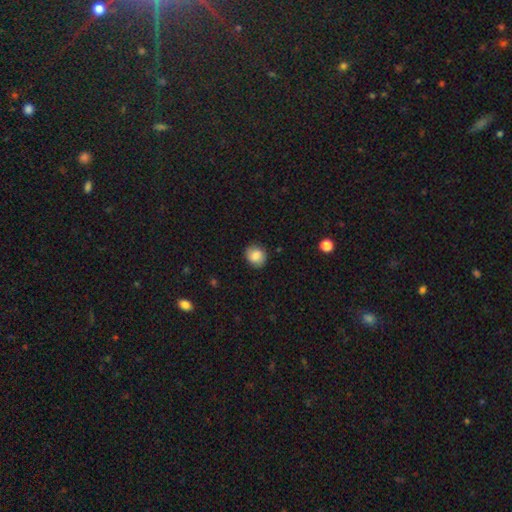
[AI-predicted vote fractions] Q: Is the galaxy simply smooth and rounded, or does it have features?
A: smooth — 82%.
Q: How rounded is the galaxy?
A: round — 70%.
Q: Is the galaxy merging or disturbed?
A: none — 85%.